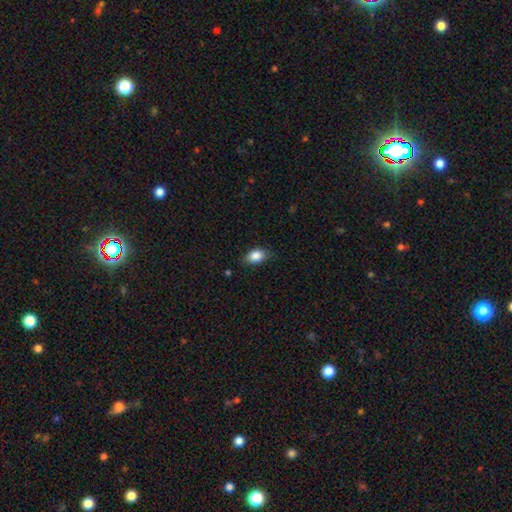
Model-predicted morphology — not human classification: type=smooth (86%); roundness=in between (81%); merging=none (78%).